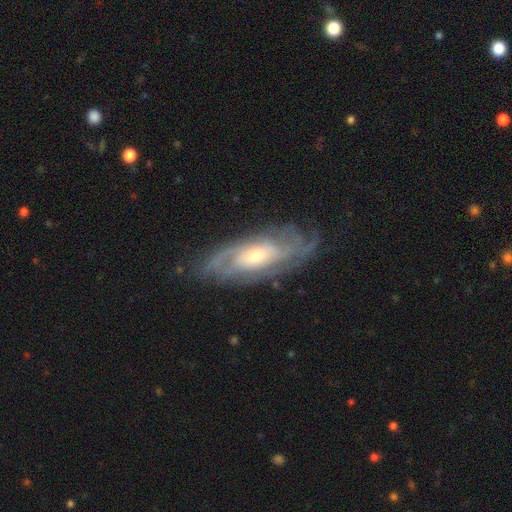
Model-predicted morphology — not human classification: Smooth or featured? Predicted: featured or disk (p=0.81). Edge-on disk? Predicted: no (p=0.87). Bar? Predicted: no (p=0.65). Spiral arms? Predicted: yes (p=0.92). Spiral winding? Predicted: tight (p=0.54). Spiral arm count? Predicted: can't tell (p=0.43). Bulge size? Predicted: moderate (p=0.48). Merging? Predicted: none (p=0.71).